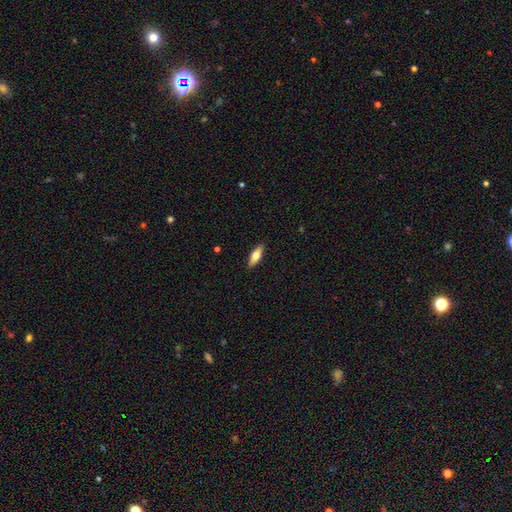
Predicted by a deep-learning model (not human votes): A smooth galaxy with no disk features (60%) that is in between round and cigar-shaped (54%). Merging: none (90%).